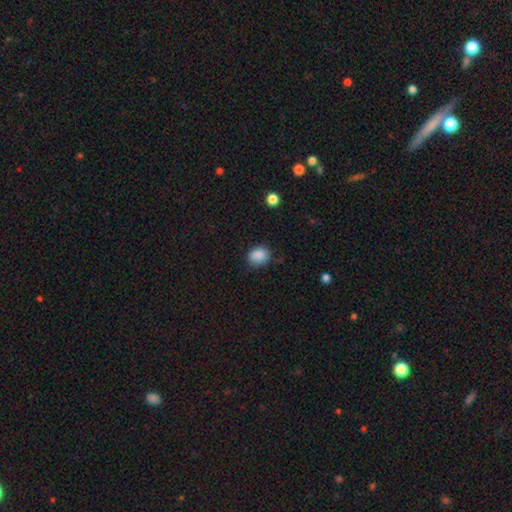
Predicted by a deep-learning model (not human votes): Morphology: type=smooth (87%); roundness=in between (57%); merging=none (74%).